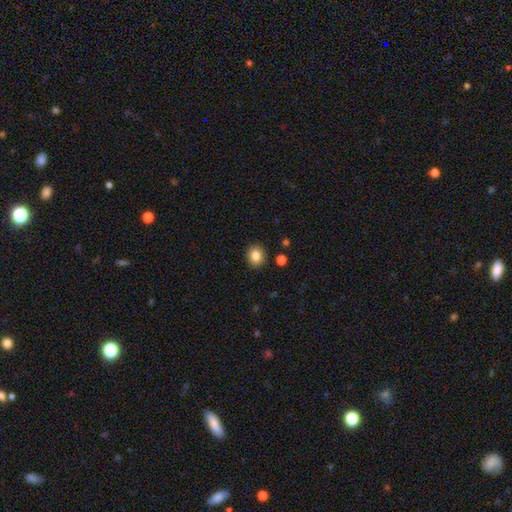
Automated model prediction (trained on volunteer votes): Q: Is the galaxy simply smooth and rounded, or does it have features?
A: smooth — 84%.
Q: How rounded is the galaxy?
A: round — 71%.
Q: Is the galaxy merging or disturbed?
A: none — 89%.